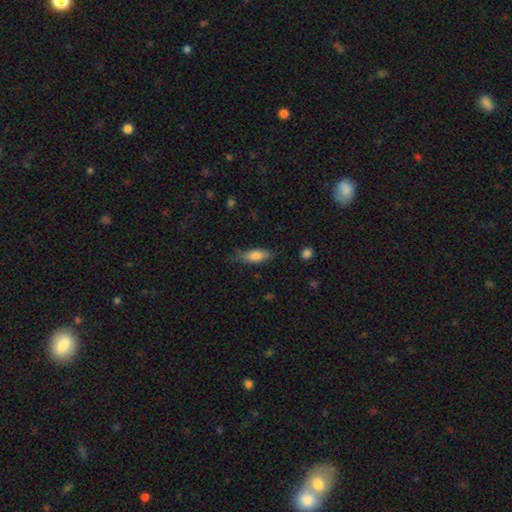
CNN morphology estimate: A smooth galaxy with no disk features (80%) that is in between round and cigar-shaped (65%). Merging: none (68%).